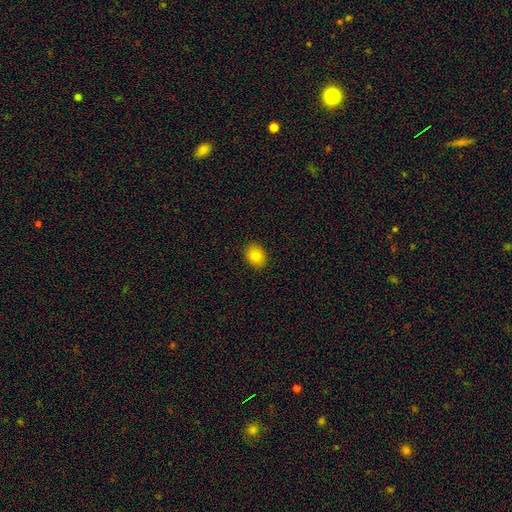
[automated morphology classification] Smooth or featured?
  - smooth: 82% *
  - star or artifact: 10%
  - featured or disk: 8%
How rounded?
  - in between: 57% *
  - round: 42%
  - cigar-shaped: 1%
Merging?
  - none: 90% *
  - minor disturbance: 7%
  - major disturbance: 2%
  - merger: 1%